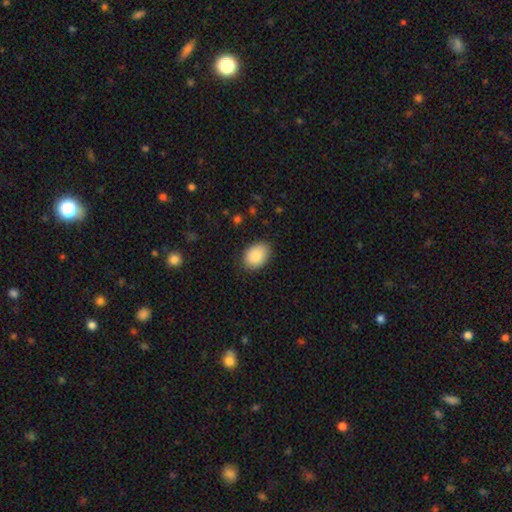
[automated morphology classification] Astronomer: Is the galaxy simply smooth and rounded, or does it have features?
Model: smooth — 87%.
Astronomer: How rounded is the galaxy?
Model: in between — 76%.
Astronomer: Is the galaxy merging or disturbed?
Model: none — 84%.